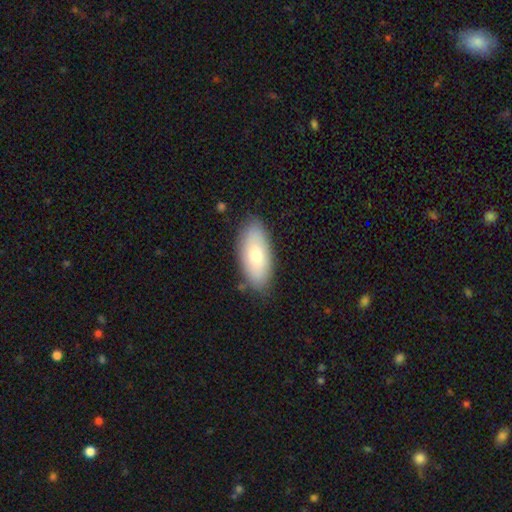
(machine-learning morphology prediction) Q: Smooth or featured?
A: smooth (75%); runner-up: featured or disk (19%)
Q: How rounded?
A: in between (88%); runner-up: cigar-shaped (9%)
Q: Merging?
A: none (83%); runner-up: minor disturbance (13%)